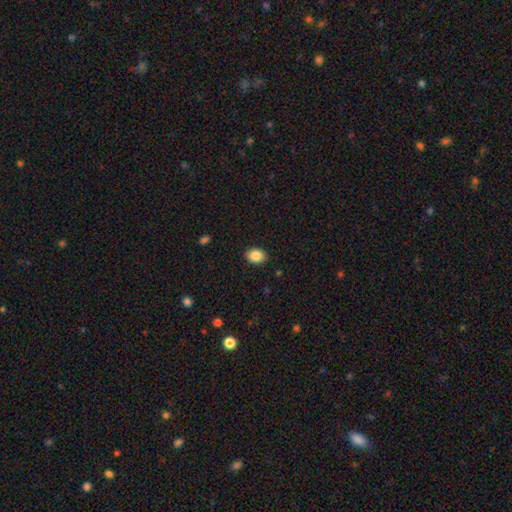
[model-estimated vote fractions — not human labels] Smooth or featured? Predicted: smooth (p=0.87). How rounded? Predicted: in between (p=0.69). Merging? Predicted: none (p=0.90).